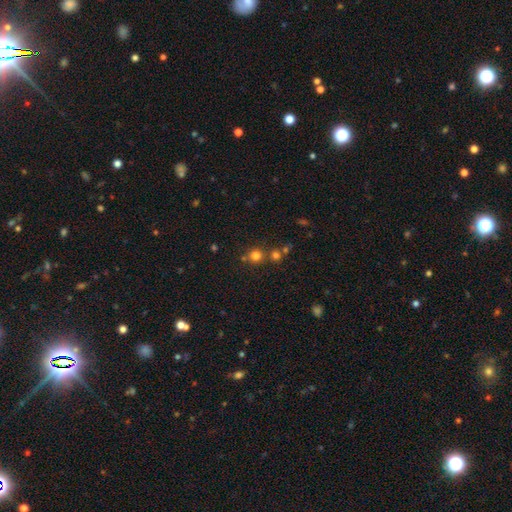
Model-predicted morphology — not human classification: Smooth or featured? Predicted: smooth (p=0.75). How rounded? Predicted: round (p=0.92). Merging? Predicted: none (p=0.72).